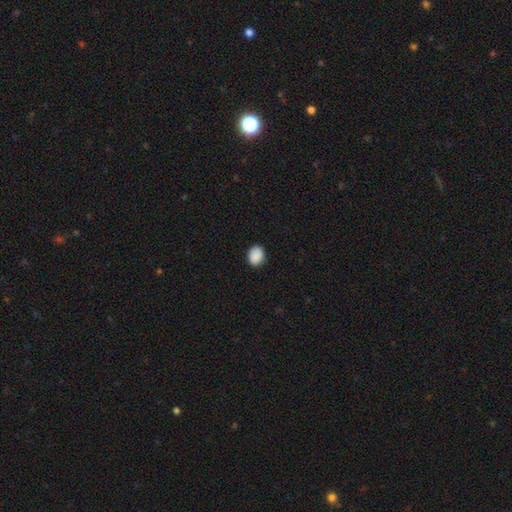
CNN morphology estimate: The model was most divided on "how rounded": round: 53%, in between: 46%, cigar-shaped: 1%. More confident: smooth or featured — smooth (89%); merging — none (86%).